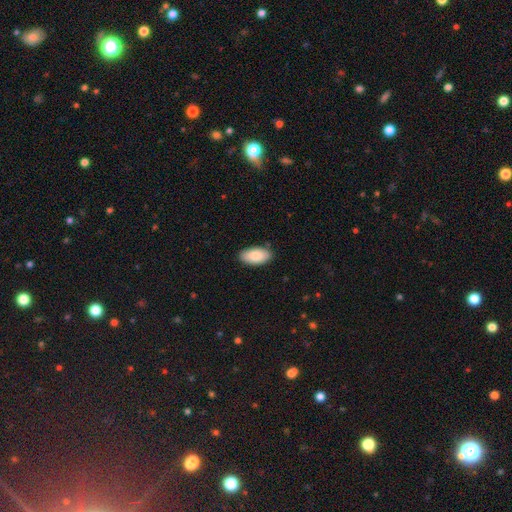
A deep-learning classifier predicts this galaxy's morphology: Smooth or featured?
  - smooth: 85% *
  - featured or disk: 9%
  - star or artifact: 6%
How rounded?
  - in between: 95% *
  - cigar-shaped: 3%
  - round: 2%
Merging?
  - none: 87% *
  - minor disturbance: 10%
  - major disturbance: 2%
  - merger: 1%